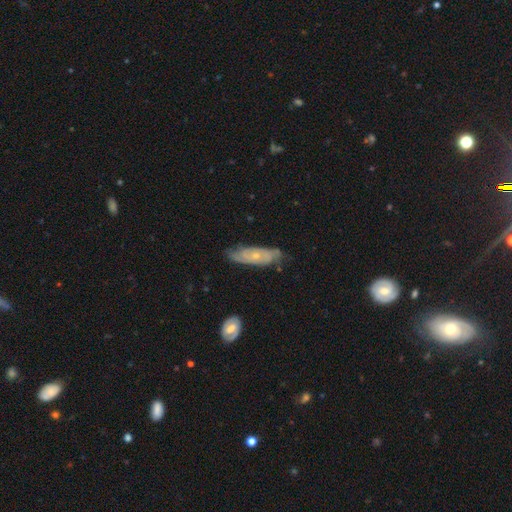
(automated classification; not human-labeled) Smooth or featured? Predicted: featured or disk (p=0.66). Edge-on disk? Predicted: no (p=0.81). Bar? Predicted: no (p=0.79). Spiral arms? Predicted: yes (p=0.81). Bulge size? Predicted: small (p=0.69). Merging? Predicted: none (p=0.69).